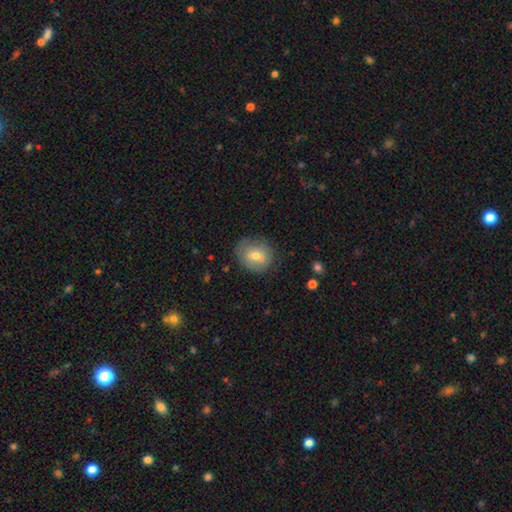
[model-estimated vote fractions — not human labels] This is likely a smooth galaxy (66%). How rounded: likely round (69%). Merging: likely none (65%).